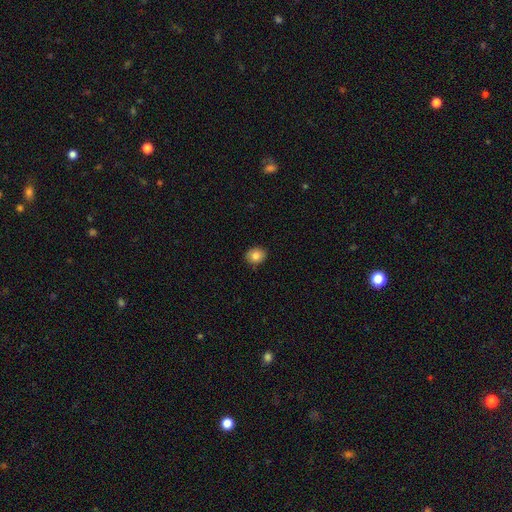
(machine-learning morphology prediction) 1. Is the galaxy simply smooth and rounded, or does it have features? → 83% smooth, 9% star or artifact, 8% featured or disk.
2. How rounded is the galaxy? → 54% round, 46% in between, 1% cigar-shaped.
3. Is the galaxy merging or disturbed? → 88% none, 9% minor disturbance, 2% major disturbance, 1% merger.